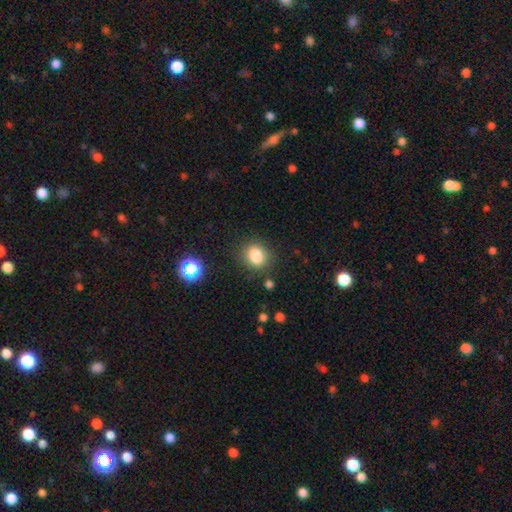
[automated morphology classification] smooth 83%, star or artifact 12%, featured or disk 6%. Down the decision tree: how rounded — round (58%); merging — none (83%).